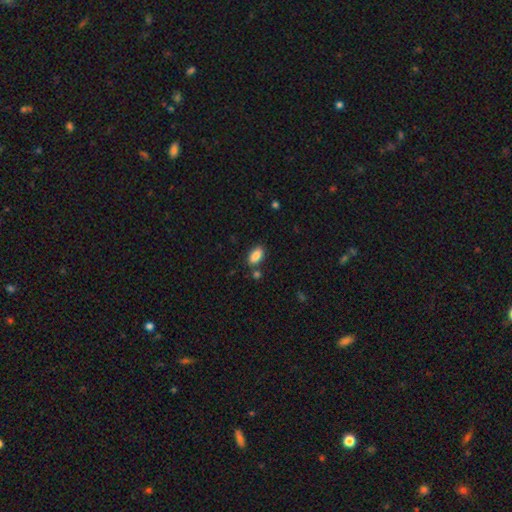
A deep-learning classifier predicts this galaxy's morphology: type=smooth (87%); roundness=in between (92%); merging=none (78%).